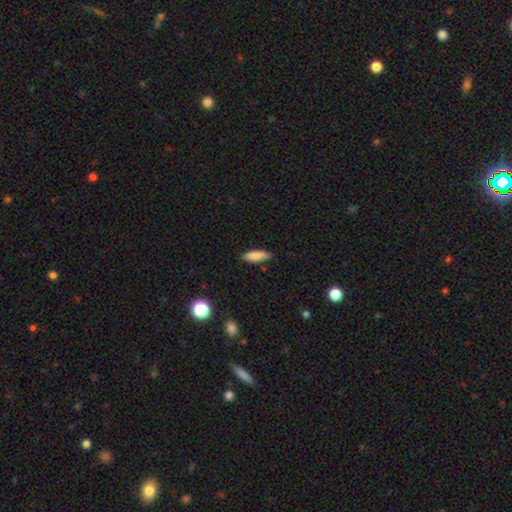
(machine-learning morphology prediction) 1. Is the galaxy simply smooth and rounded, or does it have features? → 84% smooth, 9% featured or disk, 7% star or artifact.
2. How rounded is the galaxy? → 49% in between (tied), 49% cigar-shaped (tied), 2% round.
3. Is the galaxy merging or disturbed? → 86% none, 10% minor disturbance, 2% major disturbance, 1% merger.